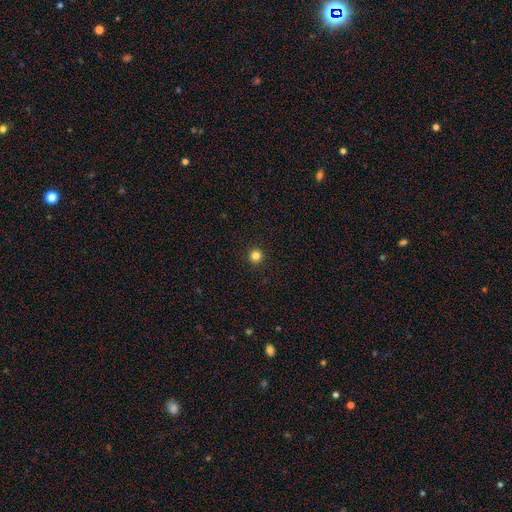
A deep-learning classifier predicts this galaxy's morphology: smooth-or-featured: smooth: 83% | star or artifact: 13% | featured or disk: 4%
  how-rounded: round: 96% | in between: 3% | cigar-shaped: 1%
  merging: none: 94% | minor disturbance: 4% | major disturbance: 1% | merger: 1%